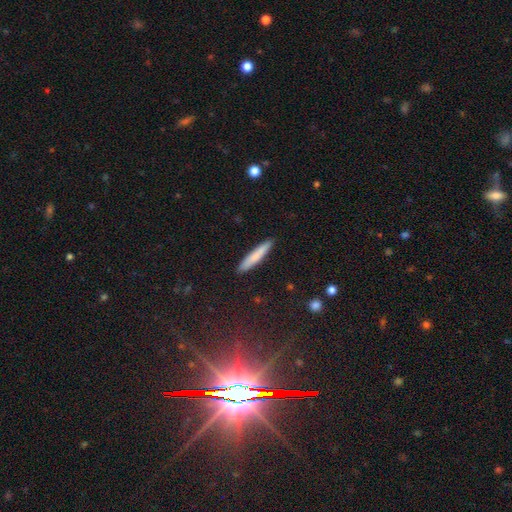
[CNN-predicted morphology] A smooth galaxy with no disk features (79%) that is cigar-shaped (93%).

Vote fractions:
- Smooth or featured? smooth: 79% / featured or disk: 15% / star or artifact: 6%
- How rounded? cigar-shaped: 93% / in between: 6% / round: 1%
- Merging? none: 91% / minor disturbance: 7% / major disturbance: 1% / merger: 1%